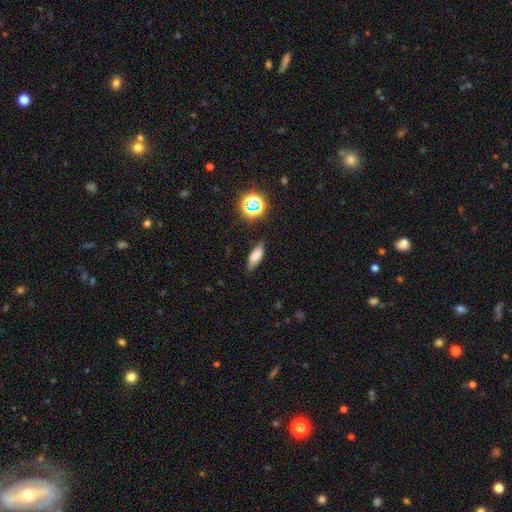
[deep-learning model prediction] A smooth galaxy with no disk features (74%) that is in between round and cigar-shaped (62%). Merging: none (80%).